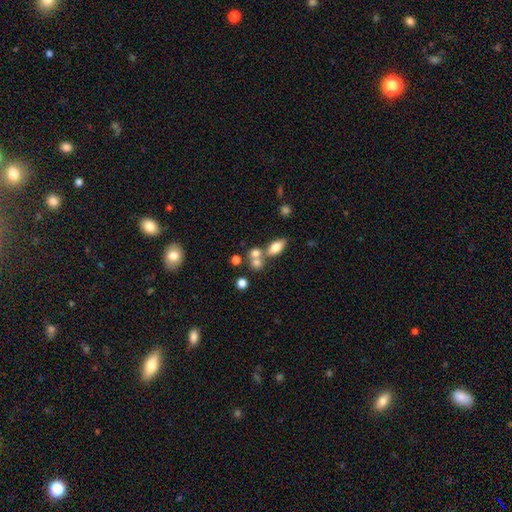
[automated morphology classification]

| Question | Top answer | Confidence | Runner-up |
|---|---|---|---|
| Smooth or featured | smooth | 69% | featured or disk (17%) |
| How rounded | round | 56% | in between (40%) |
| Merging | merger | 49% | none (38%) |